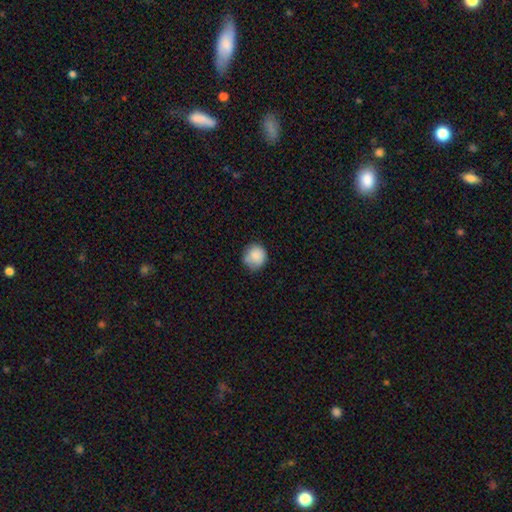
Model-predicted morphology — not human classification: A smooth galaxy with no disk features (85%) that is round (86%).

Vote fractions:
- Smooth or featured? smooth: 85% / star or artifact: 8% / featured or disk: 7%
- How rounded? round: 86% / in between: 13% / cigar-shaped: 1%
- Merging? none: 70% / minor disturbance: 22% / major disturbance: 5% / merger: 3%